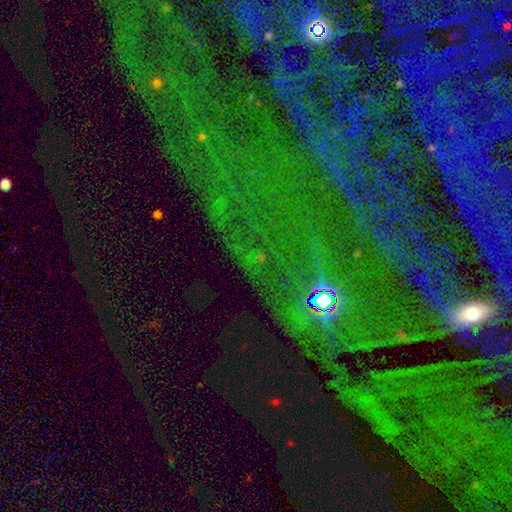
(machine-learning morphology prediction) This is likely a star or artifact rather than a galaxy (79%).